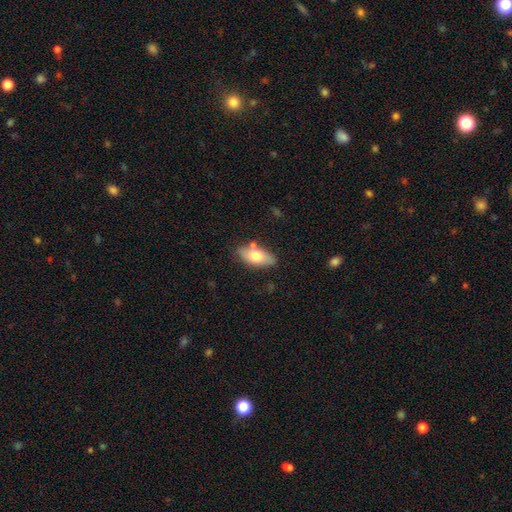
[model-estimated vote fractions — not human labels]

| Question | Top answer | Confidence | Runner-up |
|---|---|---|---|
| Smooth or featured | smooth | 69% | featured or disk (25%) |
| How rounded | in between | 89% | cigar-shaped (7%) |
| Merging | none | 77% | minor disturbance (15%) |